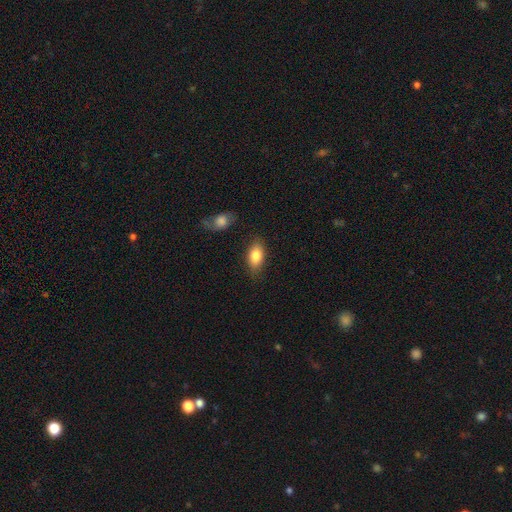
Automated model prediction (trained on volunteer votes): Smooth or featured? Predicted: smooth (p=0.83). How rounded? Predicted: in between (p=0.90). Merging? Predicted: none (p=0.81).